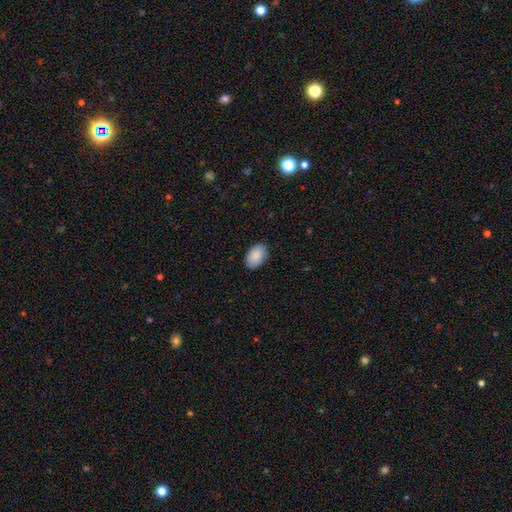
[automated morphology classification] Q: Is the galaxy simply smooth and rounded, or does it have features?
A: smooth — 89%.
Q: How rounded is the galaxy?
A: in between — 89%.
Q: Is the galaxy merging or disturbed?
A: none — 87%.